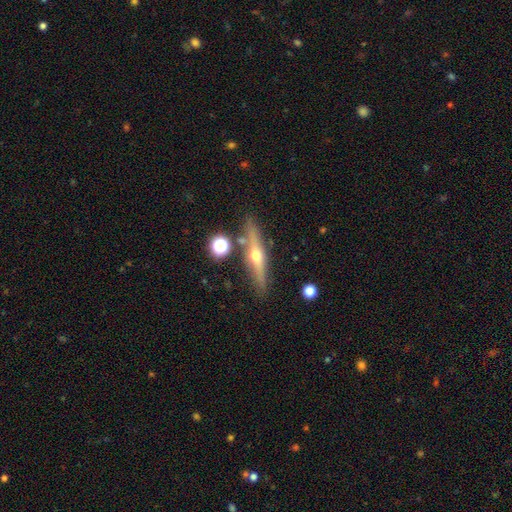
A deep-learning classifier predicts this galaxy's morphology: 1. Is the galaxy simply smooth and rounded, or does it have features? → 66% featured or disk, 27% smooth, 8% star or artifact.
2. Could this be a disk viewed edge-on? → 94% yes, 6% no.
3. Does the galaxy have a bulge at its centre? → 93% rounded, 5% none, 3% boxy.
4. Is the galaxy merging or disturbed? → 82% none, 10% minor disturbance, 5% merger, 3% major disturbance.